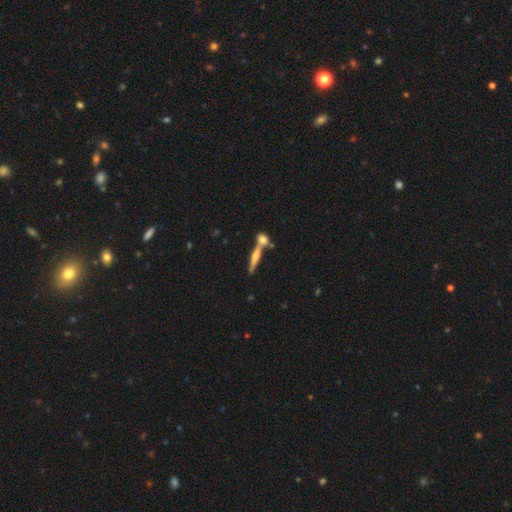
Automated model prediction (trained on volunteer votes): This appears to be a featured or disk galaxy (57%) viewed edge-on (91%) with a rounded central bulge (79%). Merging: none (56%).